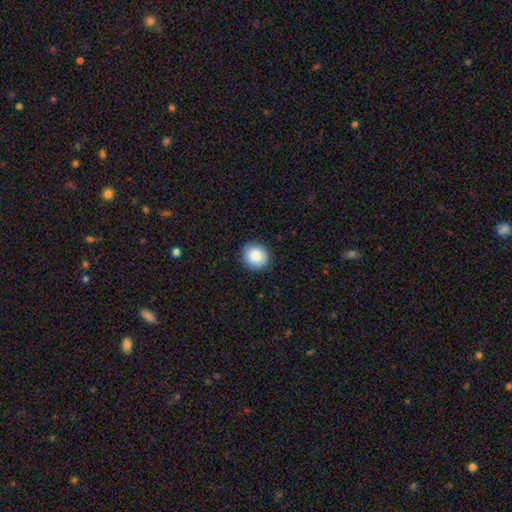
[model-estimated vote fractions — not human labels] smooth-or-featured: smooth: 87% | star or artifact: 8% | featured or disk: 5%
  how-rounded: round: 89% | in between: 10% | cigar-shaped: 1%
  merging: none: 89% | minor disturbance: 8% | major disturbance: 2% | merger: 1%